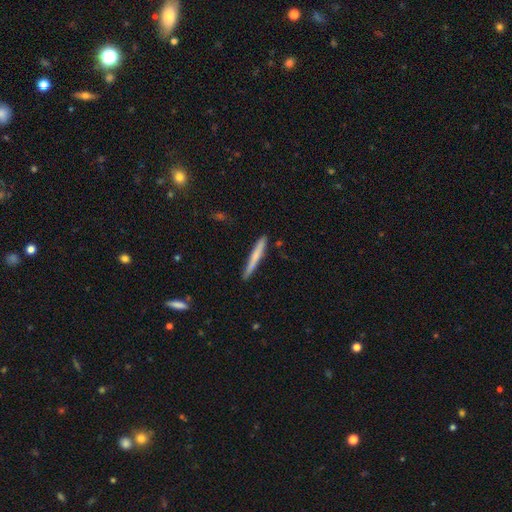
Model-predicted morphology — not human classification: Smooth or featured: smooth — 64% (featured or disk — 30%)
How rounded: cigar-shaped — 96% (in between — 2%)
Merging: none — 85% (minor disturbance — 12%)